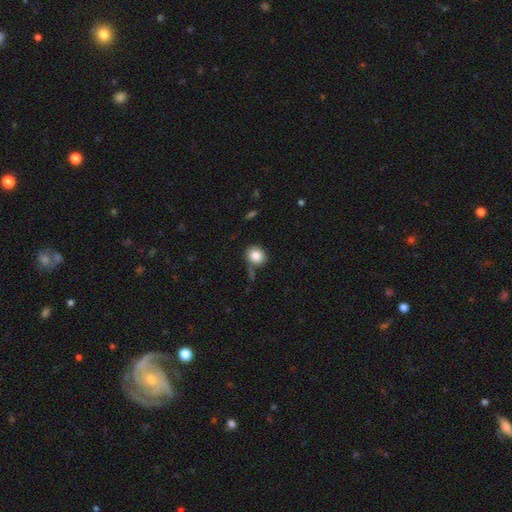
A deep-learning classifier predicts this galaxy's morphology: A smooth galaxy with no disk features (84%) that is round (76%).

Vote fractions:
- Smooth or featured? smooth: 84% / star or artifact: 9% / featured or disk: 7%
- How rounded? round: 76% / in between: 23% / cigar-shaped: 1%
- Merging? none: 67% / minor disturbance: 17% / merger: 9% / major disturbance: 6%